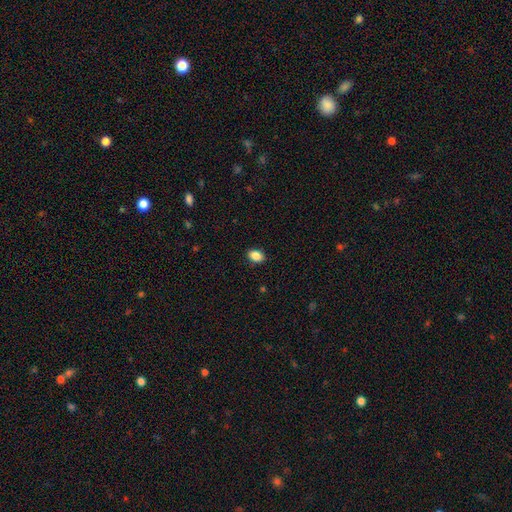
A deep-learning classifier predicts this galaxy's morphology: Q: Smooth or featured?
A: smooth (87%); runner-up: star or artifact (9%)
Q: How rounded?
A: in between (75%); runner-up: round (24%)
Q: Merging?
A: none (89%); runner-up: minor disturbance (8%)